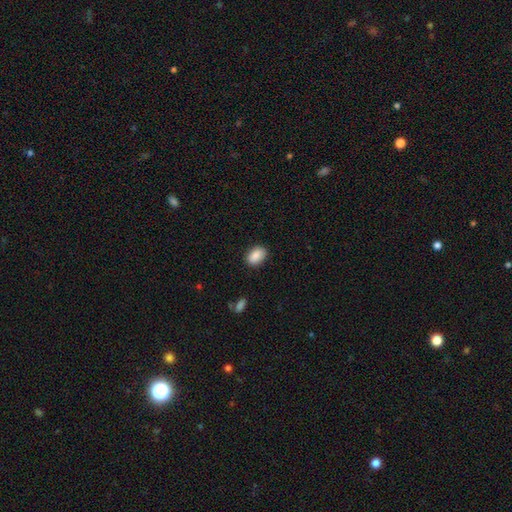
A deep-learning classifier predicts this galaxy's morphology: The model was most divided on "how rounded": in between: 87%, round: 12%, cigar-shaped: 1%. More confident: smooth or featured — smooth (88%); merging — none (86%).